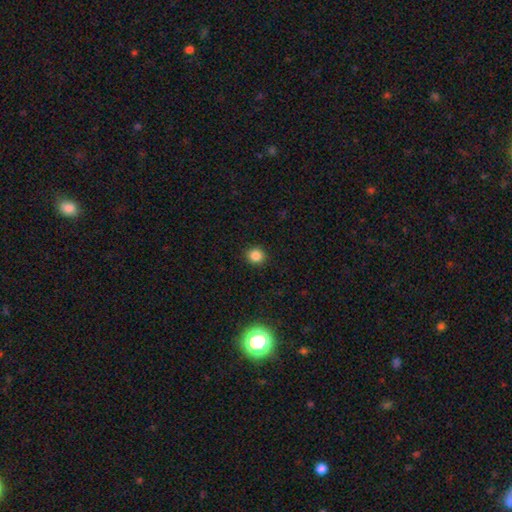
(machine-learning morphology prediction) Smooth or featured? Predicted: smooth (p=0.84). How rounded? Predicted: round (p=0.89). Merging? Predicted: none (p=0.91).